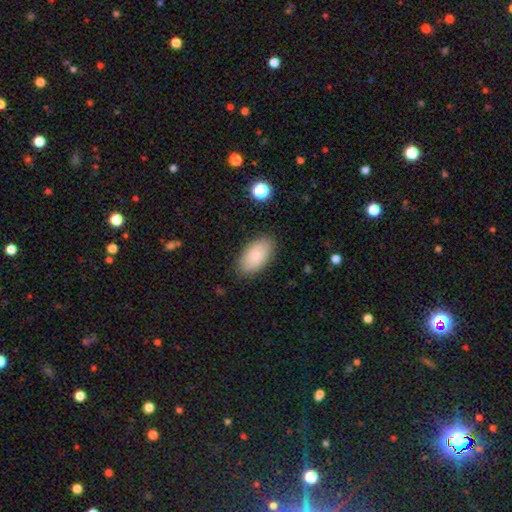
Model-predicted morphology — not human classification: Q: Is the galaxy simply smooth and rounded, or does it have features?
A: smooth — 83%.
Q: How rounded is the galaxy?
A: in between — 94%.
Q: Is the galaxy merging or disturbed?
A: none — 85%.